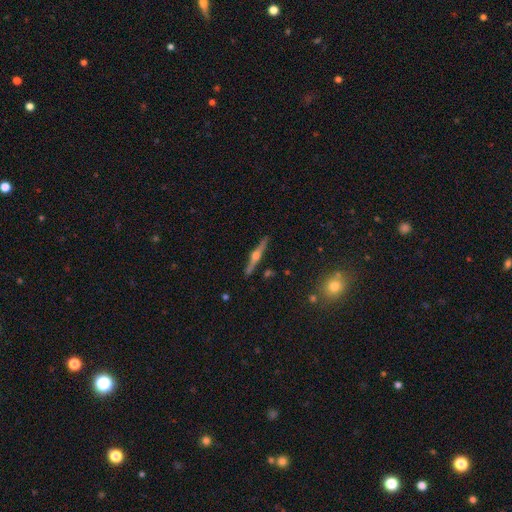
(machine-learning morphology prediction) Smooth or featured?
  - featured or disk: 78% *
  - smooth: 16%
  - star or artifact: 6%
Edge-on disk?
  - yes: 98% *
  - no: 2%
Edge-on bulge?
  - rounded: 94% *
  - boxy: 4%
  - none: 3%
Merging?
  - none: 90% *
  - minor disturbance: 7%
  - major disturbance: 1%
  - merger: 1%